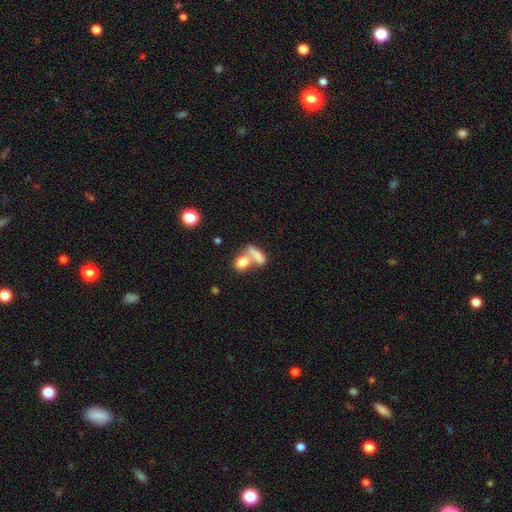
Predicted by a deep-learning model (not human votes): smooth_or_featured: smooth (p=0.77) [alt: featured or disk p=0.15]
how_rounded: in between (p=0.55) [alt: round p=0.23]
merging: merger (p=0.50) [alt: none p=0.34]